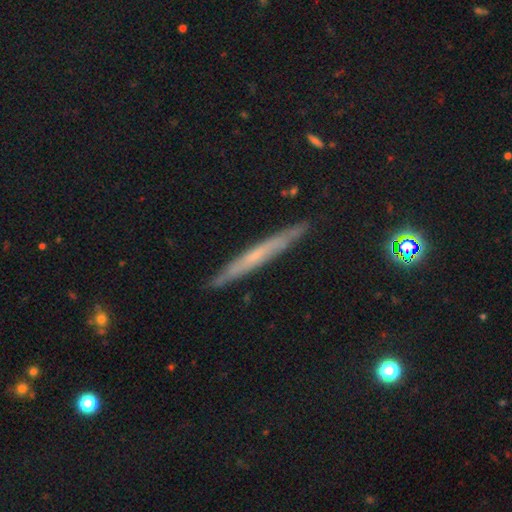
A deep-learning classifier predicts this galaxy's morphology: smooth_or_featured: featured or disk (p=0.53) [alt: smooth p=0.38]
disk_edge_on: yes (p=0.92) [alt: no p=0.08]
merging: none (p=0.88) [alt: minor disturbance p=0.09]